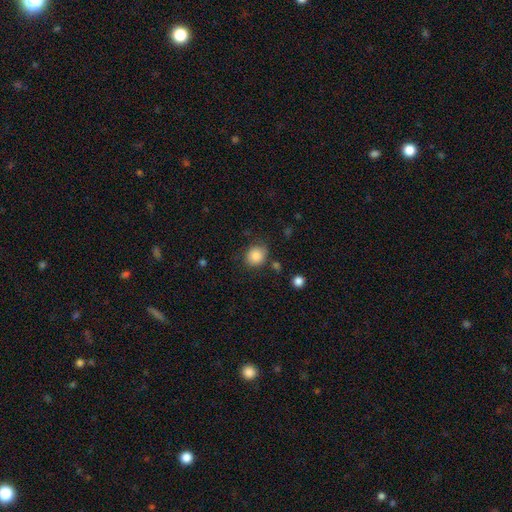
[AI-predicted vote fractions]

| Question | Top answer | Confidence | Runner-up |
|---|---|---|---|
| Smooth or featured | smooth | 84% | star or artifact (9%) |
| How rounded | round | 78% | in between (22%) |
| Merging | none | 73% | minor disturbance (18%) |